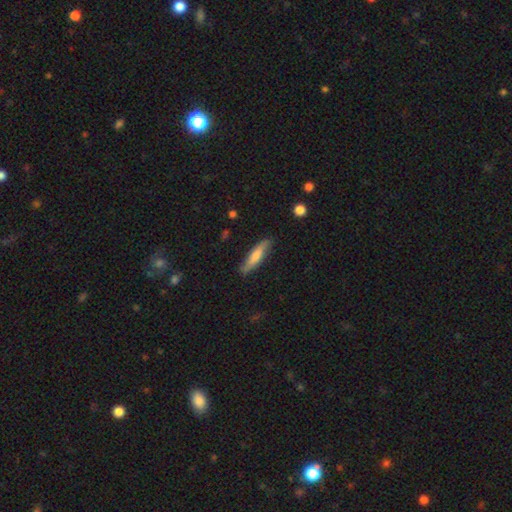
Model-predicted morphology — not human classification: This is possibly a smooth galaxy (58%). How rounded: clearly cigar-shaped (83%). Merging: clearly none (84%).